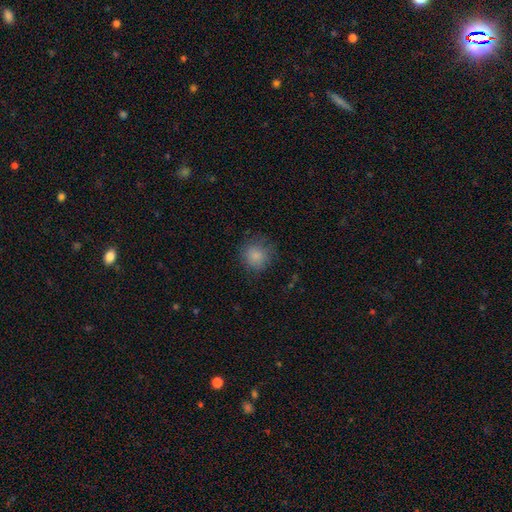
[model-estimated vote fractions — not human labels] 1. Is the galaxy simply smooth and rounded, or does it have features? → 84% smooth, 10% star or artifact, 6% featured or disk.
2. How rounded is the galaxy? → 87% round, 12% in between, 1% cigar-shaped.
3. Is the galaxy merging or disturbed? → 75% none, 17% minor disturbance, 7% major disturbance, 1% merger.